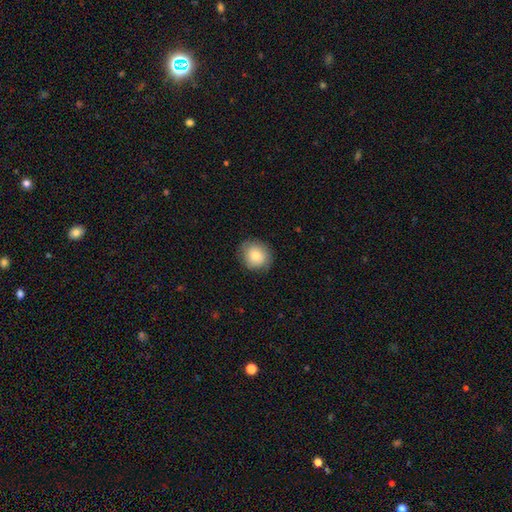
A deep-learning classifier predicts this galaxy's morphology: smooth_or_featured: smooth (p=0.78) [alt: featured or disk p=0.14]
how_rounded: round (p=0.84) [alt: in between p=0.15]
merging: none (p=0.82) [alt: minor disturbance p=0.14]